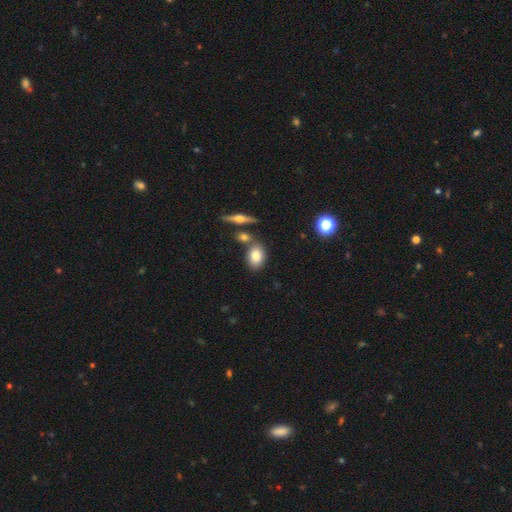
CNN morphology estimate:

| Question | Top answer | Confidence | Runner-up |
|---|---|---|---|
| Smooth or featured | smooth | 78% | featured or disk (15%) |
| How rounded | in between | 80% | round (17%) |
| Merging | none | 68% | merger (17%) |